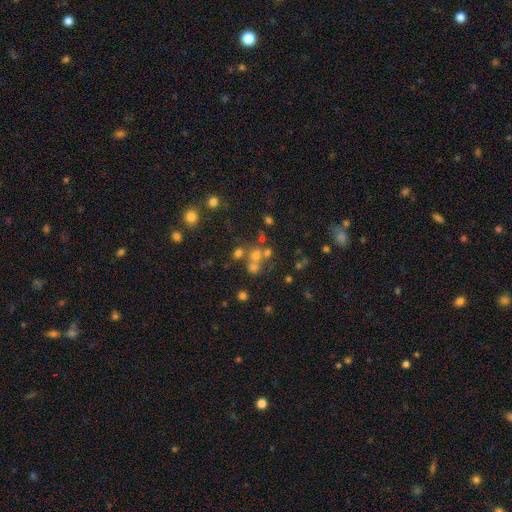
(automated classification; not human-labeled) Q: Smooth or featured?
A: smooth (50%); runner-up: star or artifact (29%)
Q: How rounded?
A: round (78%); runner-up: in between (21%)
Q: Merging?
A: none (43%); runner-up: merger (41%)